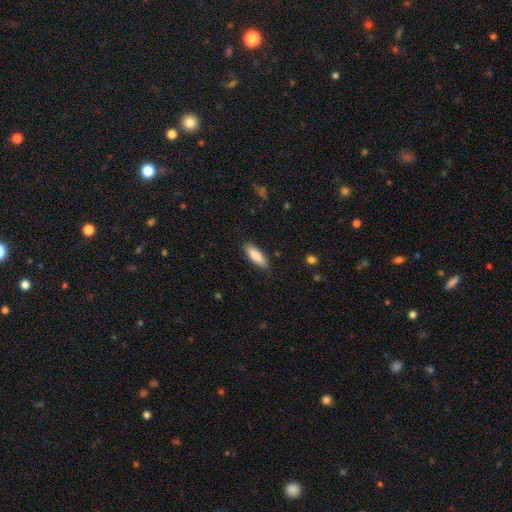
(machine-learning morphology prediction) Smooth or featured: smooth — 86% (featured or disk — 8%)
How rounded: in between — 56% (cigar-shaped — 43%)
Merging: none — 87% (minor disturbance — 10%)